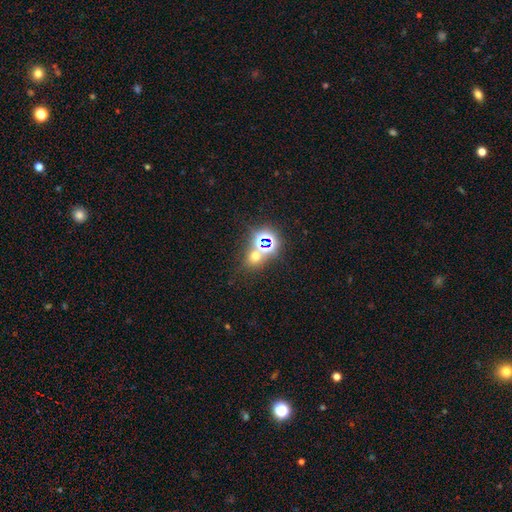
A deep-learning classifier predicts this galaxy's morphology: Q: Smooth or featured?
A: star or artifact (46%); runner-up: smooth (44%)